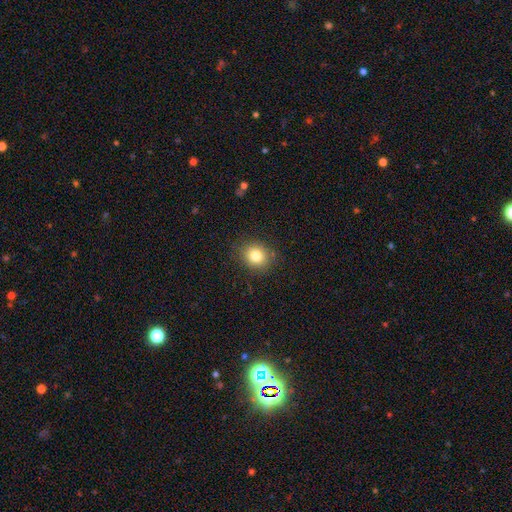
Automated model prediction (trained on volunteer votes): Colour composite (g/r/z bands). It shows a smooth galaxy with no disk features (81%) that is round (76%). Merging: none (87%).